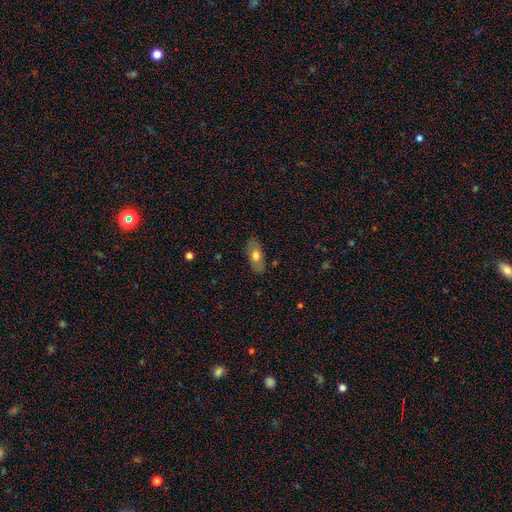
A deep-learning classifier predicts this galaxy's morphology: Overall: smooth (68%). How rounded: in between (82%). Merging: none (85%).